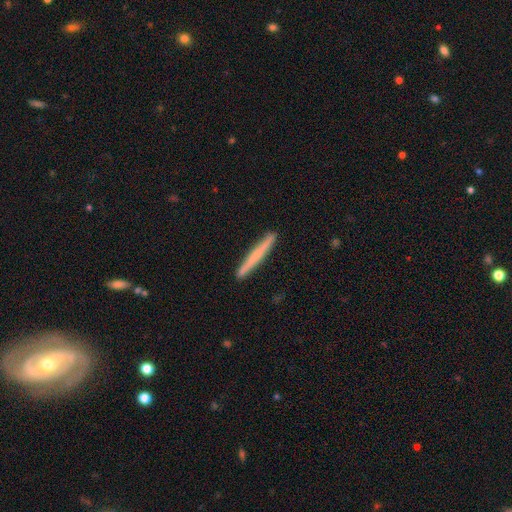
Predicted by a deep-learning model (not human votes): Morphology: type=smooth (61%); roundness=cigar-shaped (97%); merging=none (92%).